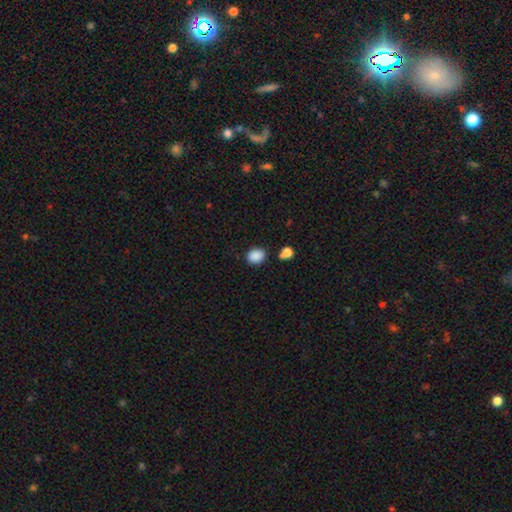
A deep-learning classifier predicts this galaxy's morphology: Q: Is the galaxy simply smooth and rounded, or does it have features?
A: smooth — 87%.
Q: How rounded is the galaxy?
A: in between — 57%.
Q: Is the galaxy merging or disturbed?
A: none — 79%.